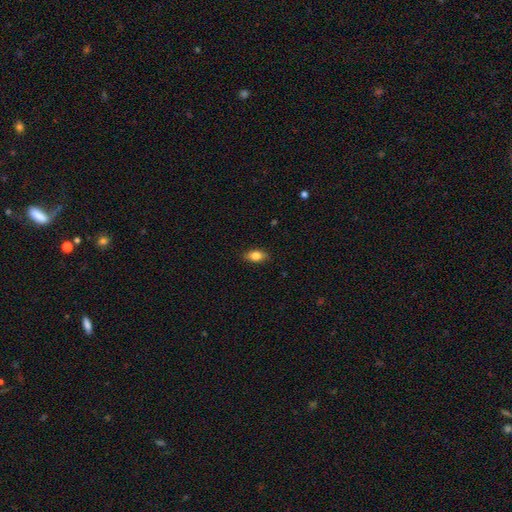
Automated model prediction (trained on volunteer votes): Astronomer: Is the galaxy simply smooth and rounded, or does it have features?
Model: smooth — 82%.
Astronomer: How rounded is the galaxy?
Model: in between — 86%.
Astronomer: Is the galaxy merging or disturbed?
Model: none — 87%.